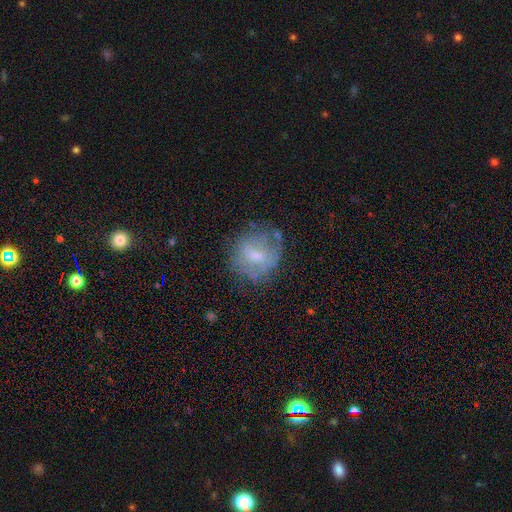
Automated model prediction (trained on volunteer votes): Morphology: type=smooth (51%); roundness=round (73%); merging=none (59%).